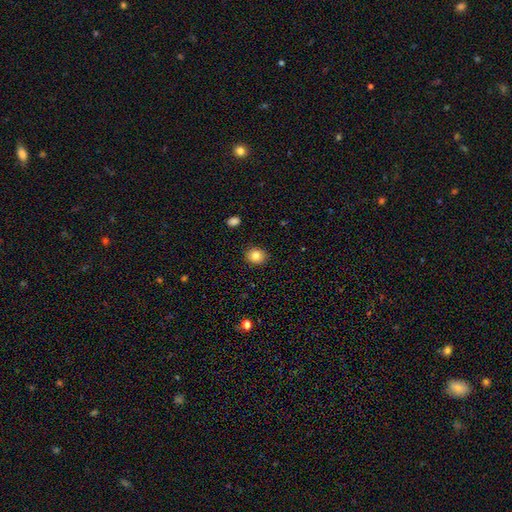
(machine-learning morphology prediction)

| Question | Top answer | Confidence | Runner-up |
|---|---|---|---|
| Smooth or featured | smooth | 83% | star or artifact (10%) |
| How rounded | round | 70% | in between (29%) |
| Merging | none | 90% | minor disturbance (7%) |